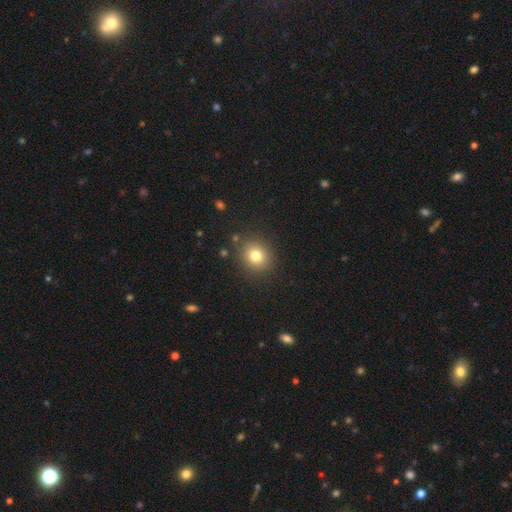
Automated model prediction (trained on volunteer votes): Q: Smooth or featured?
A: smooth (79%); runner-up: star or artifact (13%)
Q: How rounded?
A: round (81%); runner-up: in between (18%)
Q: Merging?
A: none (87%); runner-up: minor disturbance (8%)